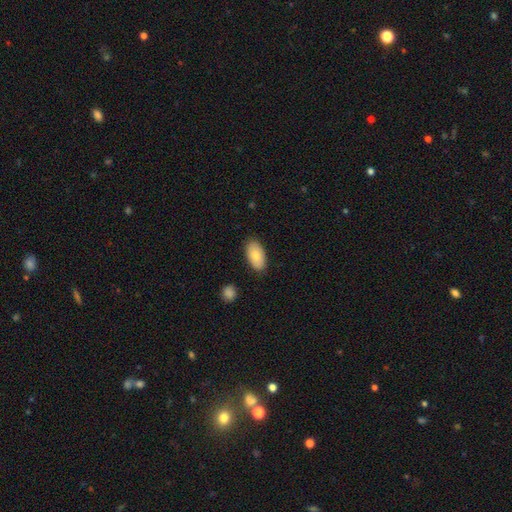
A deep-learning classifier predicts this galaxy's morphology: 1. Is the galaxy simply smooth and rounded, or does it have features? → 79% smooth, 15% featured or disk, 6% star or artifact.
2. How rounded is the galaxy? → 94% in between, 3% round, 2% cigar-shaped.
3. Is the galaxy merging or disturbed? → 85% none, 11% minor disturbance, 2% major disturbance, 2% merger.